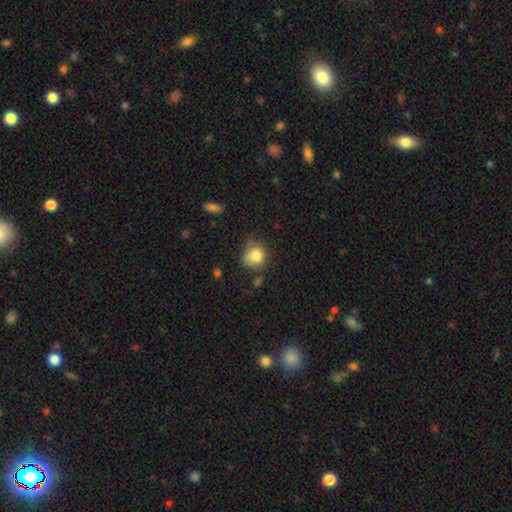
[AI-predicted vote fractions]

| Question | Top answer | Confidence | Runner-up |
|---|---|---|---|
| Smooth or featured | smooth | 80% | star or artifact (10%) |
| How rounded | round | 75% | in between (24%) |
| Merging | none | 56% | minor disturbance (29%) |